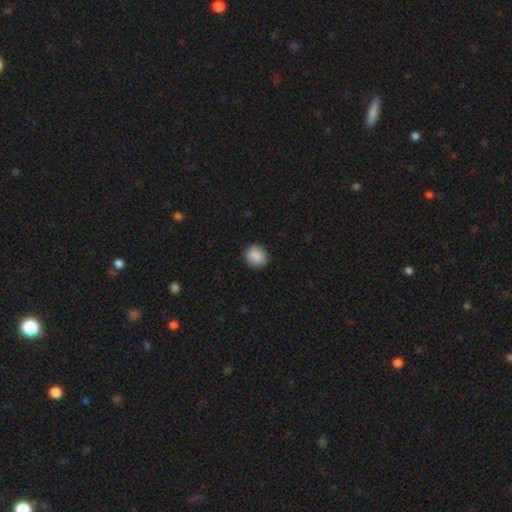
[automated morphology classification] The model was most divided on "how rounded": round: 76%, in between: 23%, cigar-shaped: 1%. More confident: merging — none (90%); smooth or featured — smooth (90%).